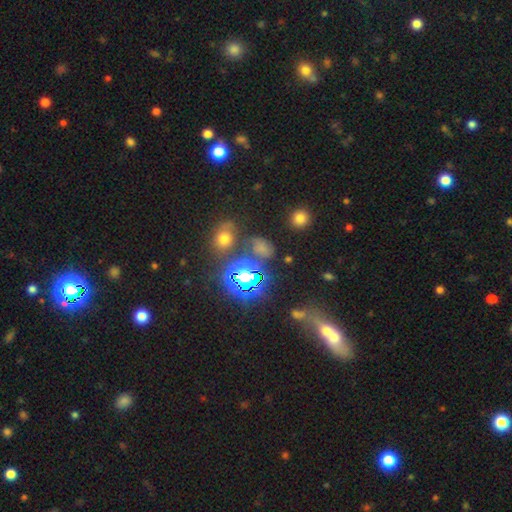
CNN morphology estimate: This appears to be a star or artifact, not a galaxy (52%).